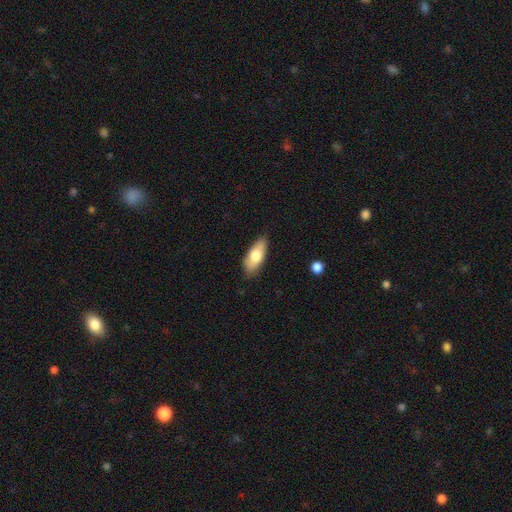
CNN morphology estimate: Overall: smooth (75%). How rounded: in between (81%). Merging: none (81%).